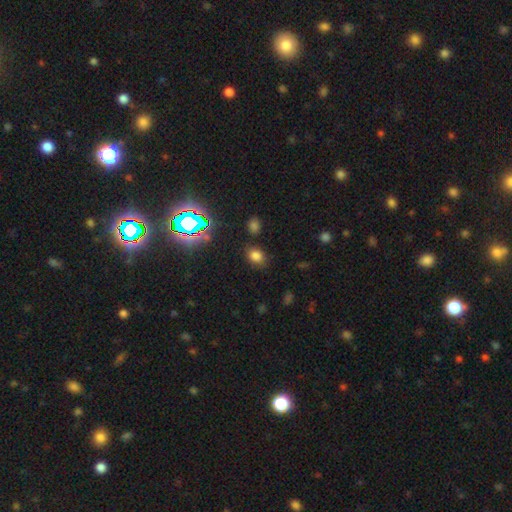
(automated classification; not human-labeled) This is likely a smooth galaxy (74%). How rounded: possibly in between (54%). Merging: likely none (80%).